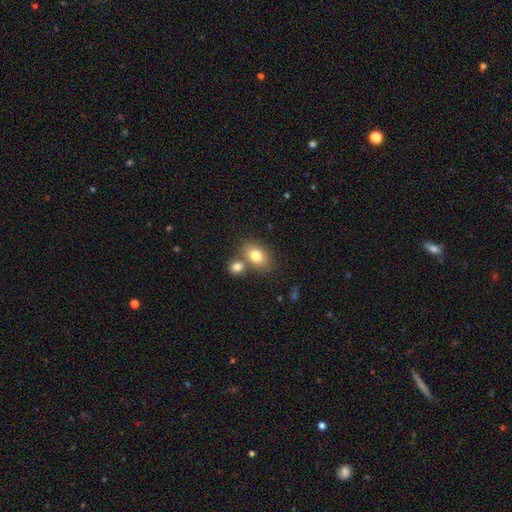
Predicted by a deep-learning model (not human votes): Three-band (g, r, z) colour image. It shows a smooth galaxy with no disk features (79%) that is in between round and cigar-shaped (78%). Merging: none (57%).